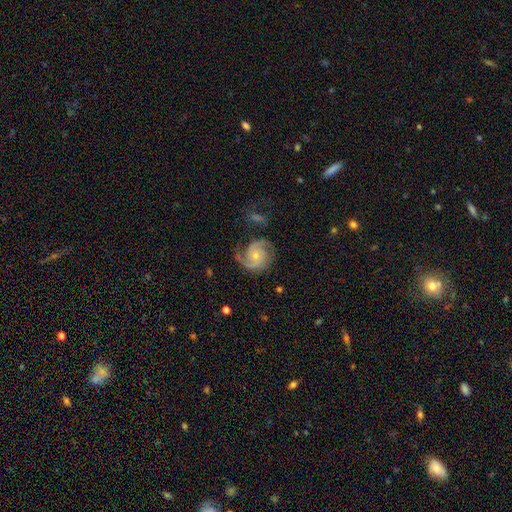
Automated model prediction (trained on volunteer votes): Morphology: type=featured or disk (88%); edge-on=no (98%); bar=no (72%); spiral arms=yes (98%); winding=medium (50%); arm count=2 (78%); bulge=small (63%); merging=none (67%).